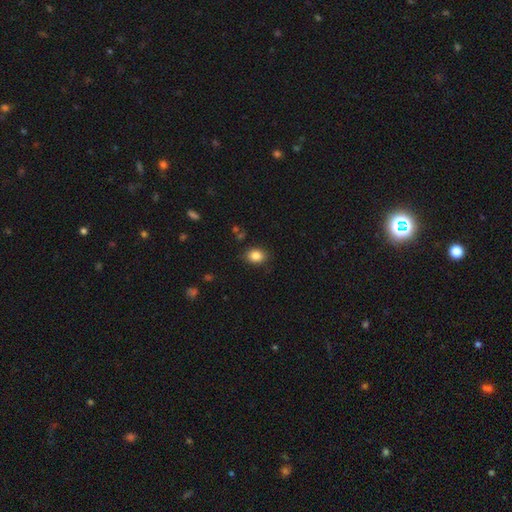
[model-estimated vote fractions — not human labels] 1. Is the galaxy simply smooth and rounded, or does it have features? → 85% smooth, 9% star or artifact, 5% featured or disk.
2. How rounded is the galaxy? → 61% in between, 38% round, 1% cigar-shaped.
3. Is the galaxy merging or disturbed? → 86% none, 10% minor disturbance, 3% major disturbance, 1% merger.